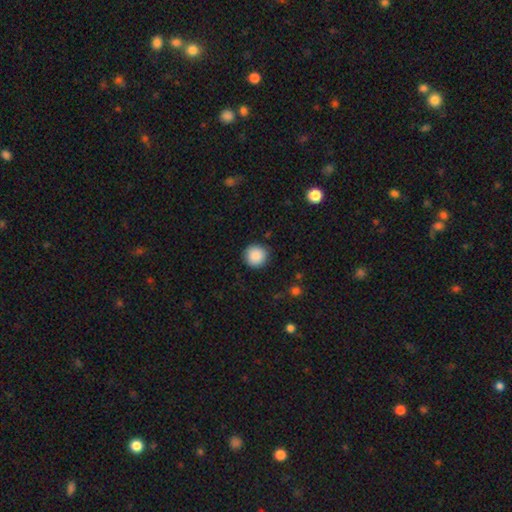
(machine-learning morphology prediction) Smooth or featured: smooth — 89% (star or artifact — 8%)
How rounded: round — 95% (in between — 4%)
Merging: none — 90% (minor disturbance — 7%)